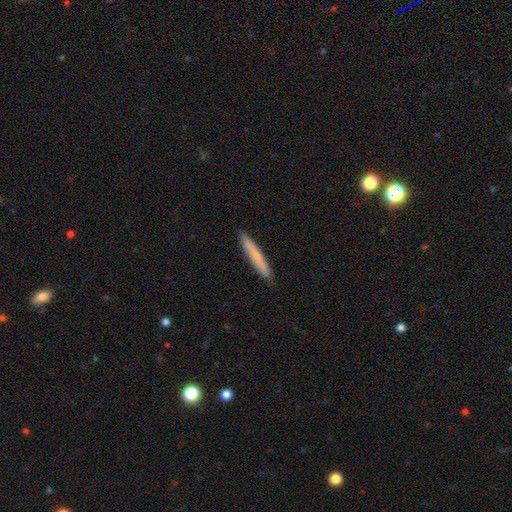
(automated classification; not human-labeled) A smooth galaxy with no disk features (69%) that is cigar-shaped (96%). Merging: none (91%).